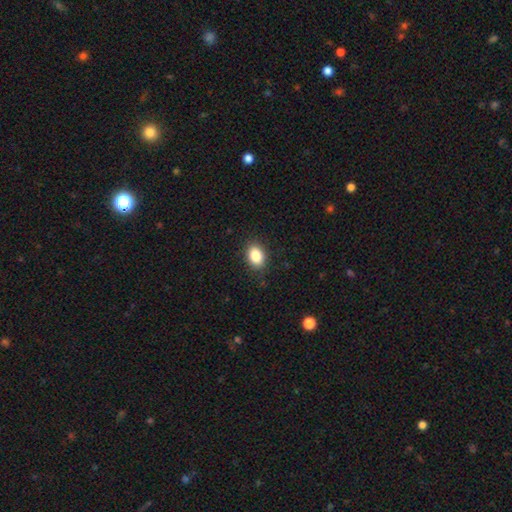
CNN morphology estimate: type=smooth (86%); roundness=in between (77%); merging=none (87%).